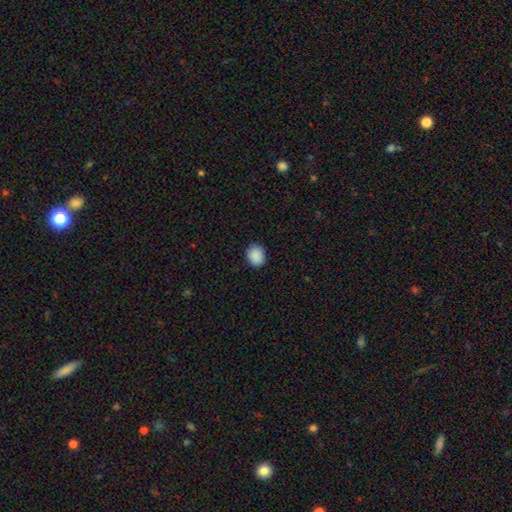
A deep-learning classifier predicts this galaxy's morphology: A smooth galaxy with no disk features (90%) that is in between round and cigar-shaped (52%). Merging: none (88%).